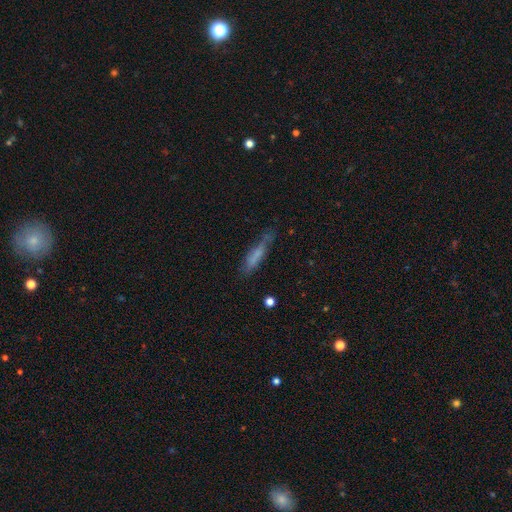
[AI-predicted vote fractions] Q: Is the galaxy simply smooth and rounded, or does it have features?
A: smooth — 63%.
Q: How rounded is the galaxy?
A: cigar-shaped — 83%.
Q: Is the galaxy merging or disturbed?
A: none — 61%.